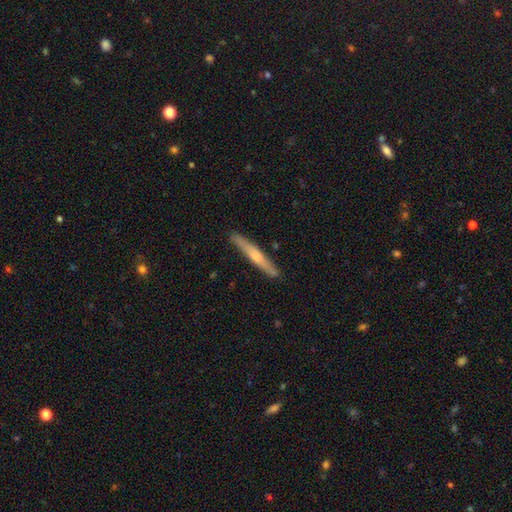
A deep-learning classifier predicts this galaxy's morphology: The model was most divided on "smooth or featured": featured or disk: 51%, smooth: 44%, star or artifact: 5%. More confident: edge-on disk — yes (96%); merging — none (90%).